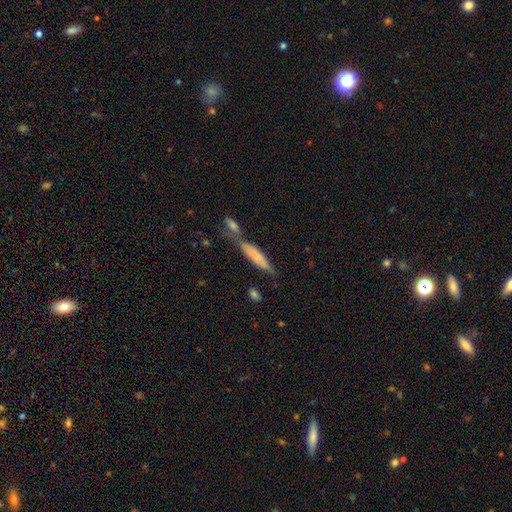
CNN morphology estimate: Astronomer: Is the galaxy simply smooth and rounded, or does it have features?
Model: smooth — 67%.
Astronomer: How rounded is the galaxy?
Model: cigar-shaped — 80%.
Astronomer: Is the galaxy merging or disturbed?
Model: none — 42% (runner-up: merger, 38%).